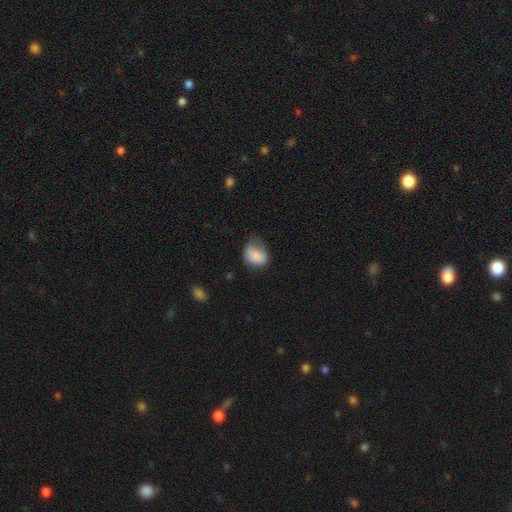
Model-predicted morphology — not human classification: Smooth or featured? smooth (78%)
How rounded? in between (59%)
Merging? none (43%)